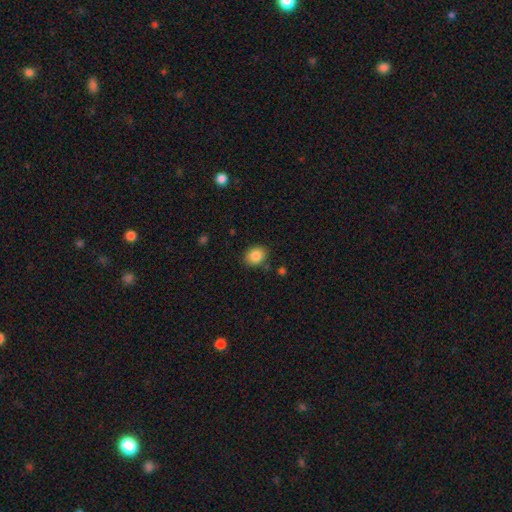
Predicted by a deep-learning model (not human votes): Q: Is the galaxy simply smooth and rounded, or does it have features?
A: smooth — 86%.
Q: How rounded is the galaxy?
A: round — 58%.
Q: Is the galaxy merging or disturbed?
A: none — 85%.